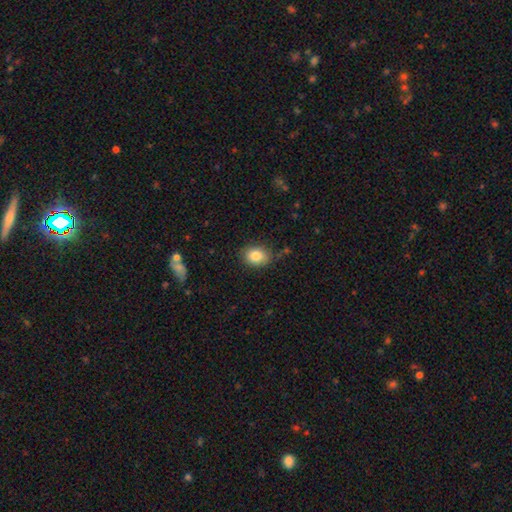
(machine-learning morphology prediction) A smooth galaxy with no disk features (84%) that is in between round and cigar-shaped (60%). Merging: none (82%).